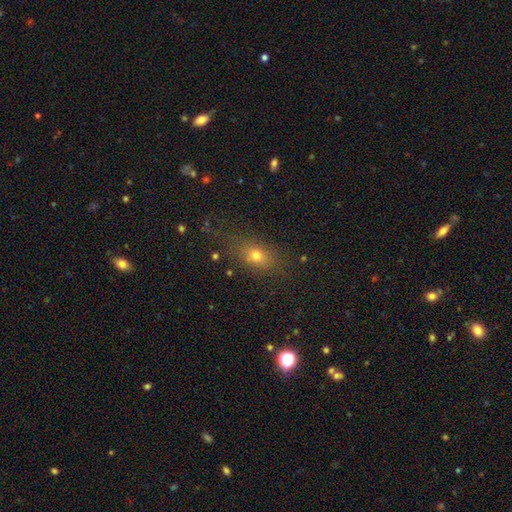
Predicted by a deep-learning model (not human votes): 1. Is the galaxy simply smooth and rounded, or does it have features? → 69% smooth, 17% star or artifact, 14% featured or disk.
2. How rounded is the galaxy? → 65% in between, 27% round, 8% cigar-shaped.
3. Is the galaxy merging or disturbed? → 73% none, 16% minor disturbance, 8% major disturbance, 3% merger.